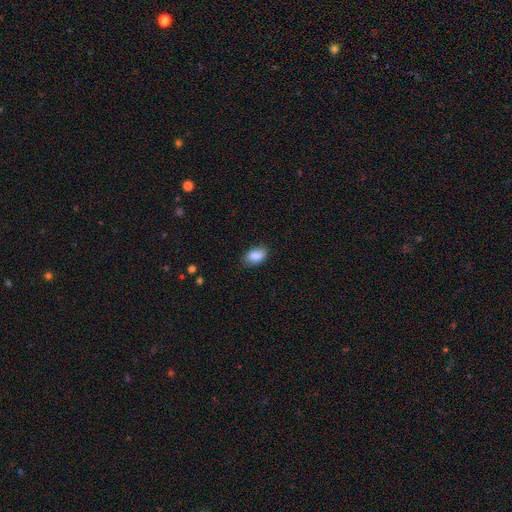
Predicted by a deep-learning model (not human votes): Smooth or featured? Predicted: smooth (p=0.87). How rounded? Predicted: in between (p=0.90). Merging? Predicted: none (p=0.77).